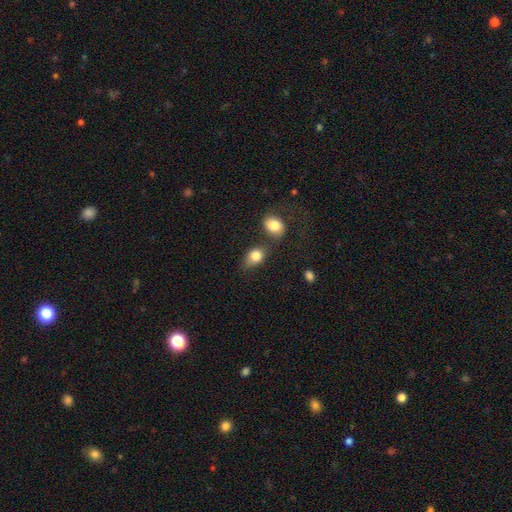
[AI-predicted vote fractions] The model was most divided on "merging": none: 47%, merger: 24%, minor disturbance: 21%, major disturbance: 8%. More confident: smooth or featured — smooth (83%); how rounded — in between (65%).